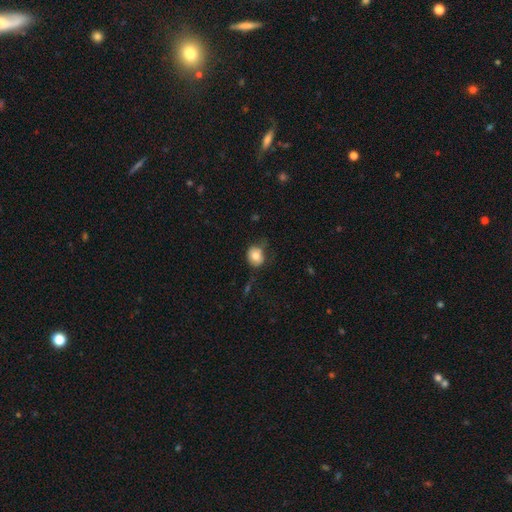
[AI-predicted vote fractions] This appears to be a smooth galaxy with no disk features (77%) that is round (65%). Merging: none (54%).